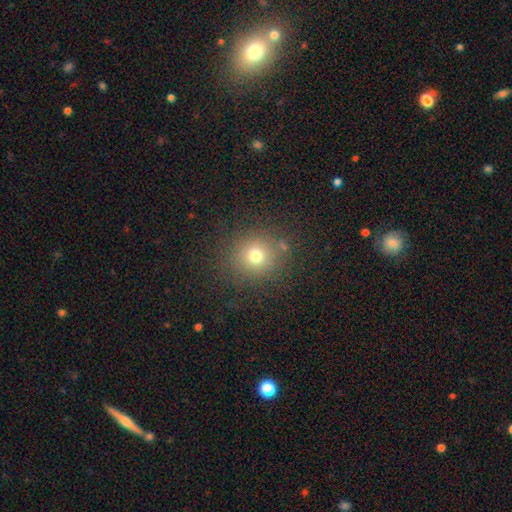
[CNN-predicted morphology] A smooth galaxy with no disk features (72%) that is round (91%). Merging: none (84%).